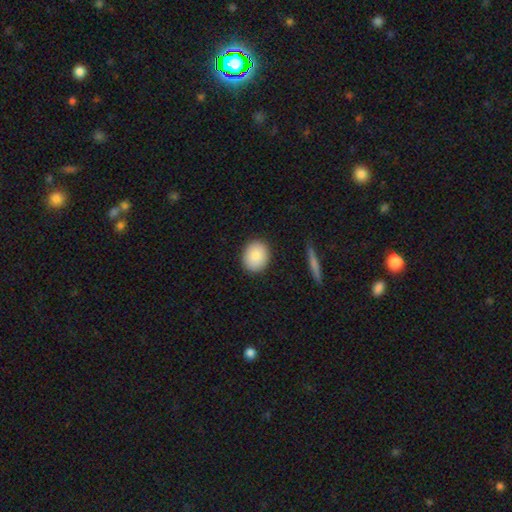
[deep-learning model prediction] smooth-or-featured: smooth: 87% | star or artifact: 7% | featured or disk: 6%
  how-rounded: round: 65% | in between: 33% | cigar-shaped: 1%
  merging: none: 89% | minor disturbance: 8% | major disturbance: 2% | merger: 1%